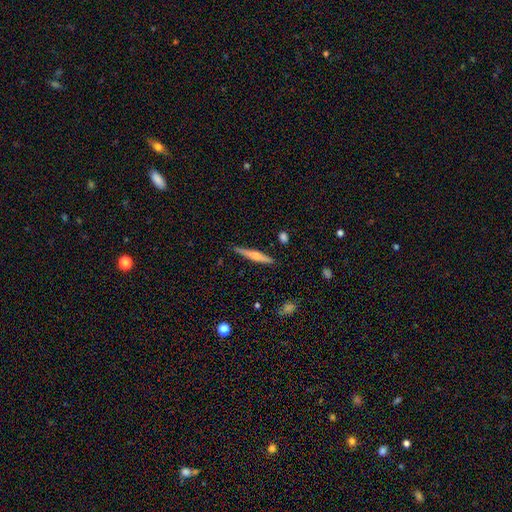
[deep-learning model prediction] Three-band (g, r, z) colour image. It shows a featured or disk galaxy (52%) viewed edge-on (97%) with a rounded central bulge (77%). Merging: none (87%).